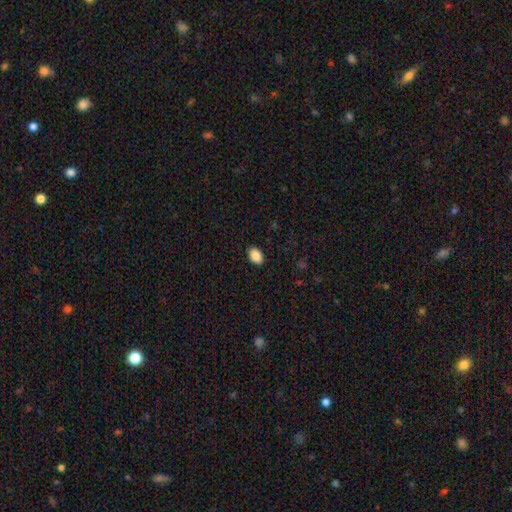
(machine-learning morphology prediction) type=smooth (88%); roundness=in between (87%); merging=none (89%).